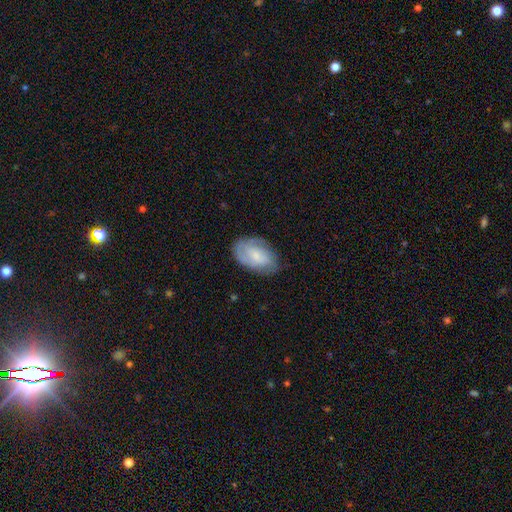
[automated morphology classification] smooth_or_featured: smooth (p=0.49) [alt: featured or disk p=0.44]
merging: none (p=0.68) [alt: minor disturbance p=0.24]